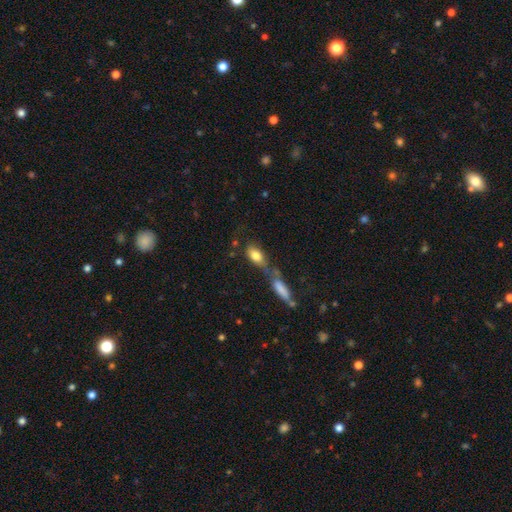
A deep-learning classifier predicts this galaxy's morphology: Q: Smooth or featured?
A: smooth (78%); runner-up: featured or disk (14%)
Q: How rounded?
A: in between (83%); runner-up: cigar-shaped (10%)
Q: Merging?
A: merger (48%); runner-up: none (32%)